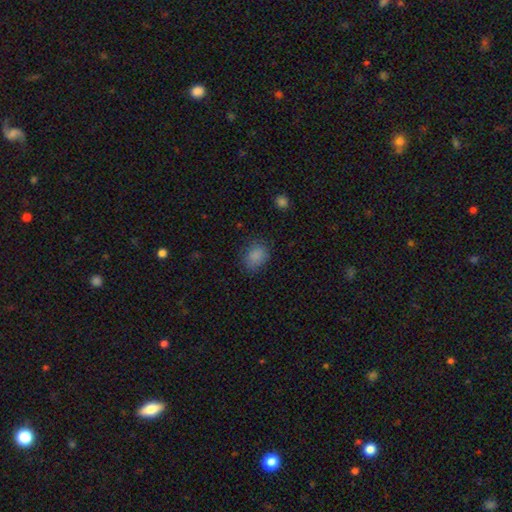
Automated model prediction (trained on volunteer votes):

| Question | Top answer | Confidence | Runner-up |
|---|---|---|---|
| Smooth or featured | smooth | 85% | star or artifact (10%) |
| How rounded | in between | 59% | round (40%) |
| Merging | none | 78% | minor disturbance (16%) |